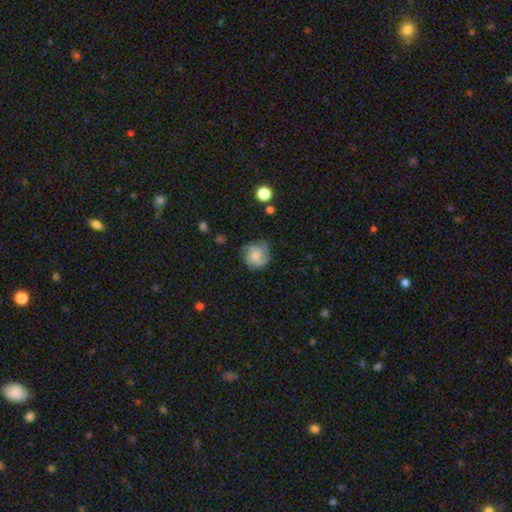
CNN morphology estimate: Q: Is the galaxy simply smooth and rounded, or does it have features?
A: smooth — 51%.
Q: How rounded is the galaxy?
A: round — 84%.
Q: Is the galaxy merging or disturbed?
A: none — 63%.